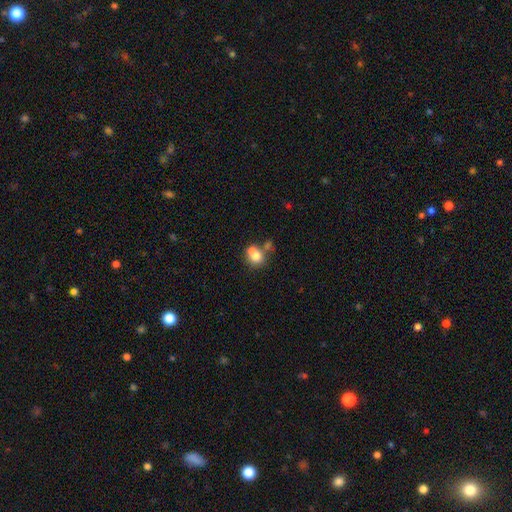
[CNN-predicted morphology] smooth-or-featured: smooth: 70% | featured or disk: 19% | star or artifact: 11%
  how-rounded: round: 69% | in between: 30% | cigar-shaped: 1%
  merging: merger: 54% | none: 32% | minor disturbance: 9% | major disturbance: 5%